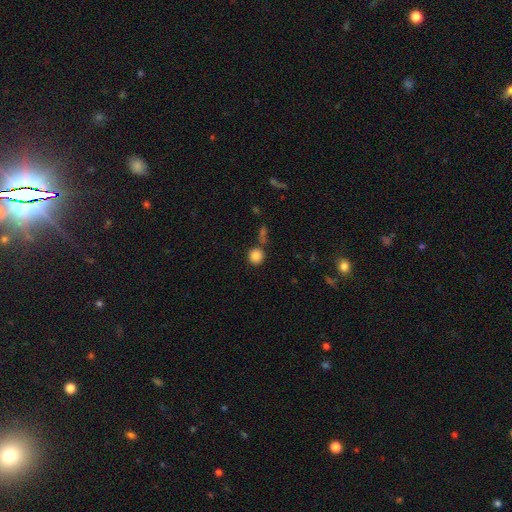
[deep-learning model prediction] smooth 85%, star or artifact 10%, featured or disk 5%. Down the decision tree: how rounded — round (93%); merging — none (77%).